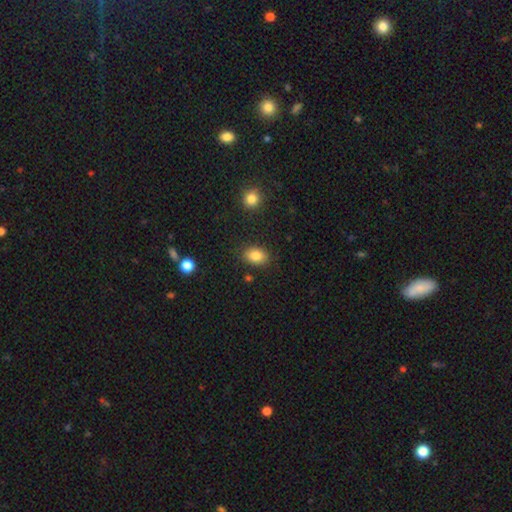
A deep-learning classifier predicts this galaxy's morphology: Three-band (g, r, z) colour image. It shows a smooth galaxy with no disk features (84%) that is in between round and cigar-shaped (76%). Merging: none (85%).